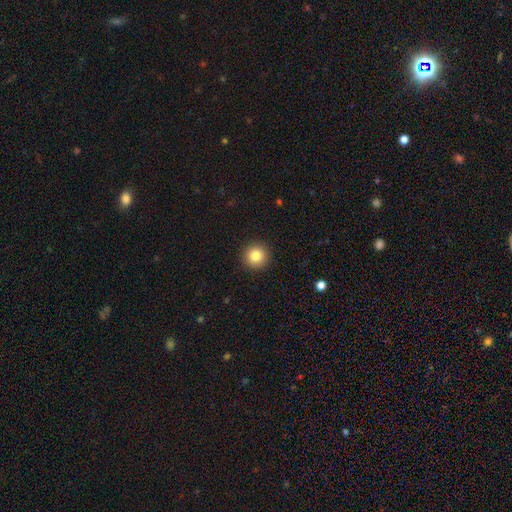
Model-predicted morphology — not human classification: A smooth galaxy with no disk features (84%) that is round (95%). Merging: none (93%).